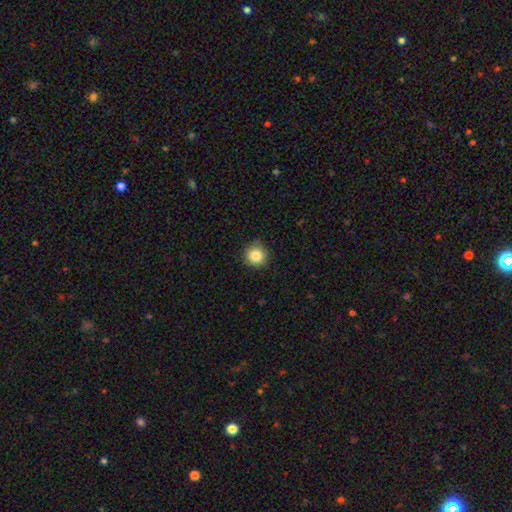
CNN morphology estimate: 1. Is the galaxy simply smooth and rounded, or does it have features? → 85% smooth, 10% star or artifact, 5% featured or disk.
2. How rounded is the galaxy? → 94% round, 5% in between, 1% cigar-shaped.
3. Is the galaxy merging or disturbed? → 85% none, 11% minor disturbance, 2% major disturbance, 1% merger.